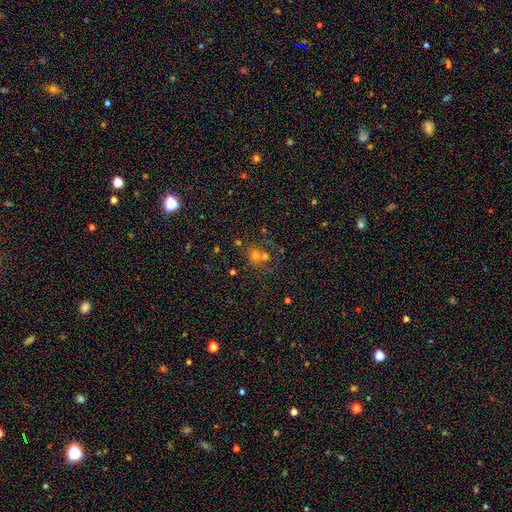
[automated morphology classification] A smooth galaxy with no disk features (52%) that is round (80%). Merging: none (46%).